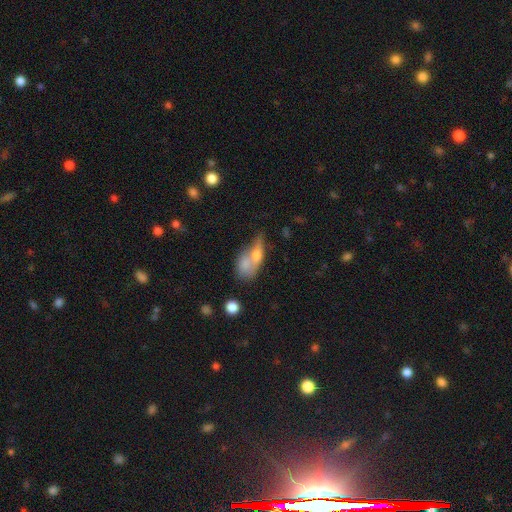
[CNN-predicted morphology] smooth 59%, featured or disk 30%, star or artifact 11%. Down the decision tree: how rounded — in between (63%); merging — merger (54%).